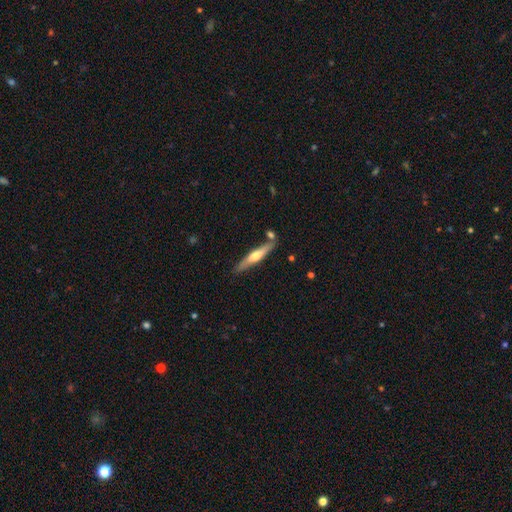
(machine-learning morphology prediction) A featured or disk galaxy (56%) viewed edge-on (94%) with a rounded central bulge (88%). Merging: none (80%).